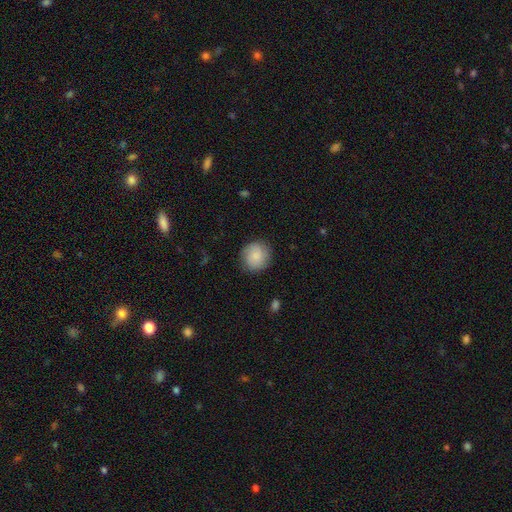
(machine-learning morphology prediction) smooth 80%, featured or disk 13%, star or artifact 7%. Down the decision tree: how rounded — round (89%); merging — none (84%).